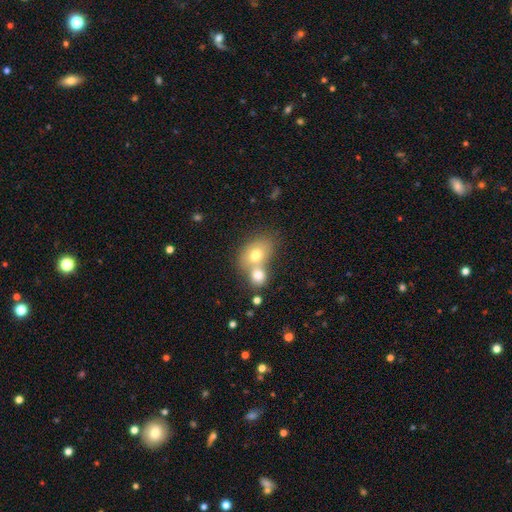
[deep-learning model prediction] Smooth or featured?
  - smooth: 70% *
  - featured or disk: 20%
  - star or artifact: 10%
How rounded?
  - in between: 63% *
  - round: 35%
  - cigar-shaped: 1%
Merging?
  - merger: 63% *
  - none: 27%
  - minor disturbance: 7%
  - major disturbance: 3%